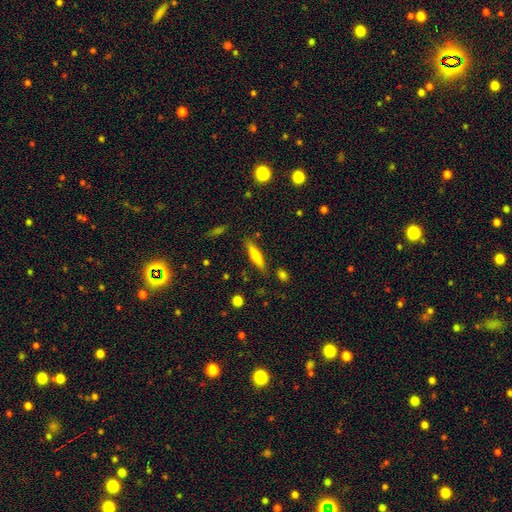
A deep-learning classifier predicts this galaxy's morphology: smooth_or_featured: smooth (p=0.54) [alt: featured or disk p=0.39]
how_rounded: cigar-shaped (p=0.81) [alt: in between p=0.17]
merging: none (p=0.83) [alt: minor disturbance p=0.11]